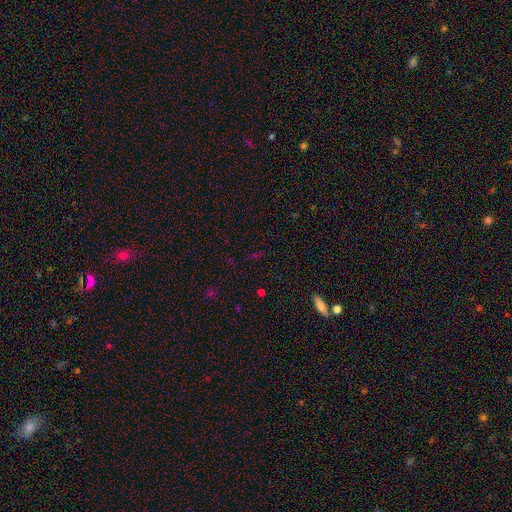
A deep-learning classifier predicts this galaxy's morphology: smooth-or-featured: star or artifact: 63% | smooth: 27% | featured or disk: 10%